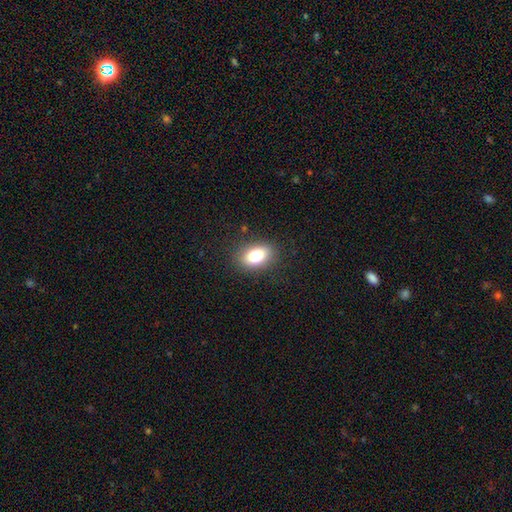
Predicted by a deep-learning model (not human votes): smooth 83%, star or artifact 9%, featured or disk 8%. Down the decision tree: how rounded — in between (87%); merging — none (85%).